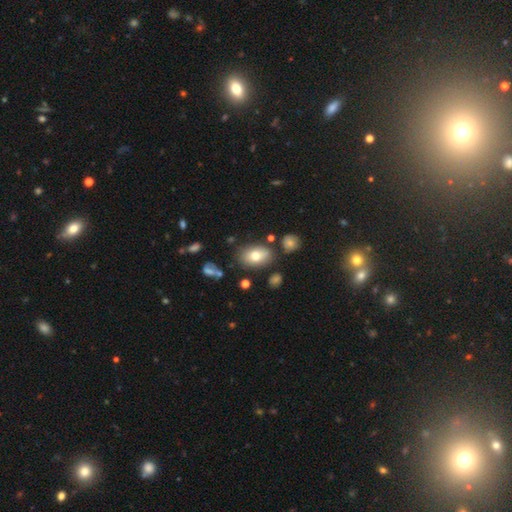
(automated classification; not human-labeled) Smooth or featured? Predicted: smooth (p=0.75). How rounded? Predicted: in between (p=0.87). Merging? Predicted: none (p=0.72).